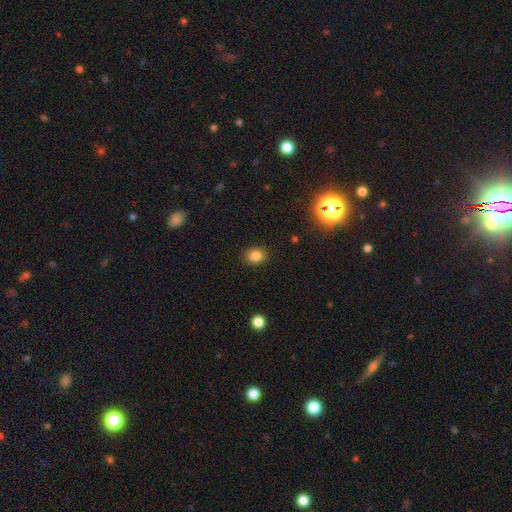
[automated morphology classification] Smooth or featured? Predicted: smooth (p=0.82). How rounded? Predicted: round (p=0.57). Merging? Predicted: none (p=0.88).